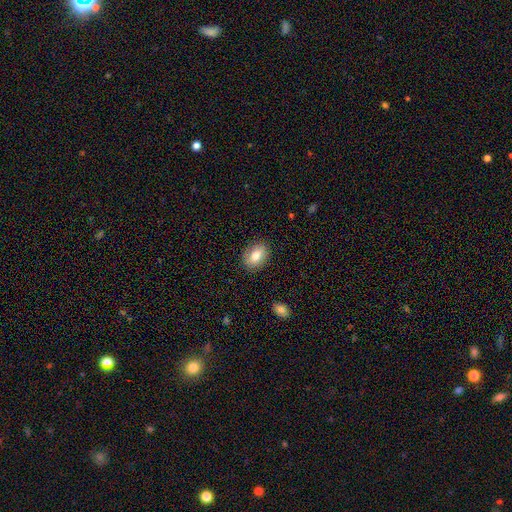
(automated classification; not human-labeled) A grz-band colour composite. It shows a smooth galaxy with no disk features (77%) that is in between round and cigar-shaped (71%). Merging: none (87%).